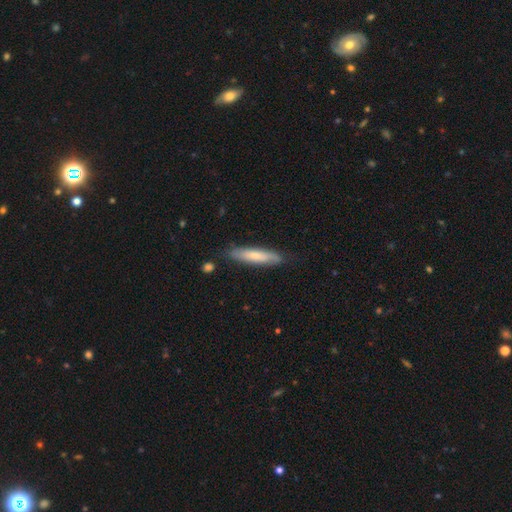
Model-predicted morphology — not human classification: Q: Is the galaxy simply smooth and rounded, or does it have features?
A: smooth — 64%.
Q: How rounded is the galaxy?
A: cigar-shaped — 82%.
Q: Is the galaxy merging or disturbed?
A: none — 78%.